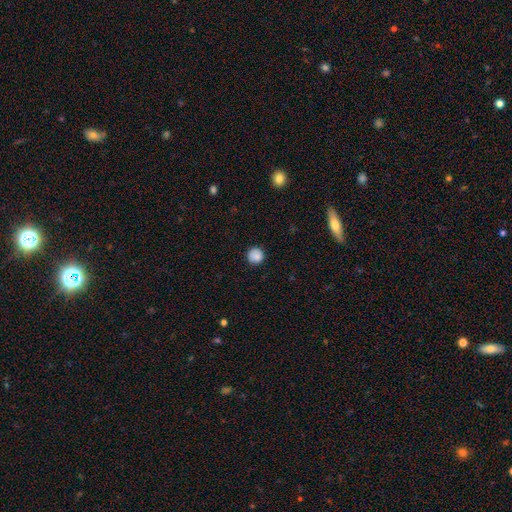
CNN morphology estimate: smooth 87%, star or artifact 10%, featured or disk 3%. Down the decision tree: how rounded — round (95%); merging — none (90%).